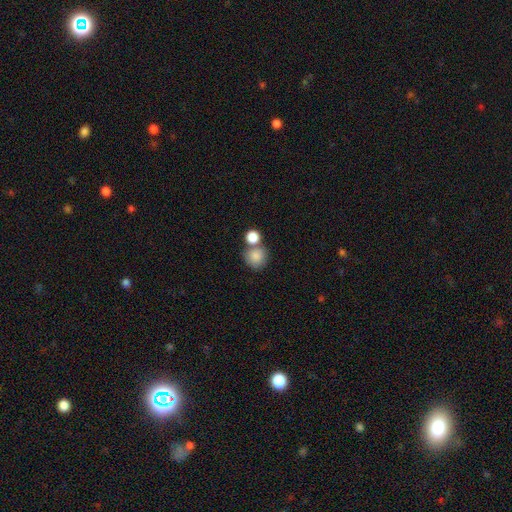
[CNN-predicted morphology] A smooth galaxy with no disk features (84%) that is round (88%).

Vote fractions:
- Smooth or featured? smooth: 84% / star or artifact: 9% / featured or disk: 7%
- How rounded? round: 88% / in between: 11% / cigar-shaped: 1%
- Merging? none: 54% / merger: 32% / minor disturbance: 10% / major disturbance: 4%